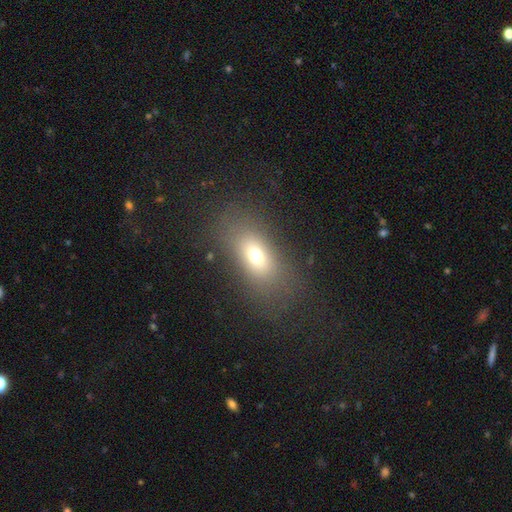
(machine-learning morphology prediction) Smooth or featured: smooth — 68% (featured or disk — 17%)
How rounded: in between — 80% (round — 13%)
Merging: none — 75% (minor disturbance — 13%)